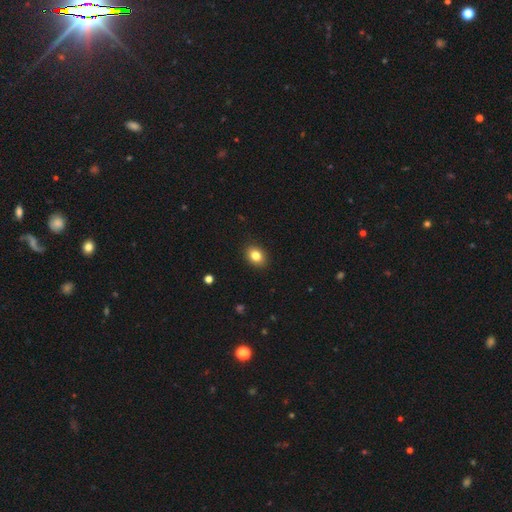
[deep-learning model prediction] Smooth or featured? smooth (83%)
How rounded? in between (61%)
Merging? none (90%)